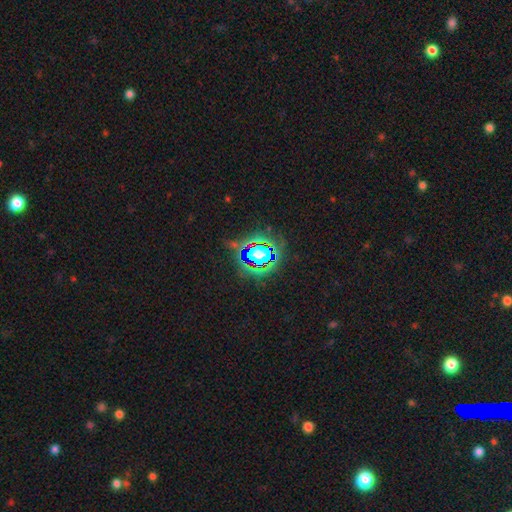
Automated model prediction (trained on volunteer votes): smooth_or_featured: star or artifact (p=0.77) [alt: smooth p=0.13]